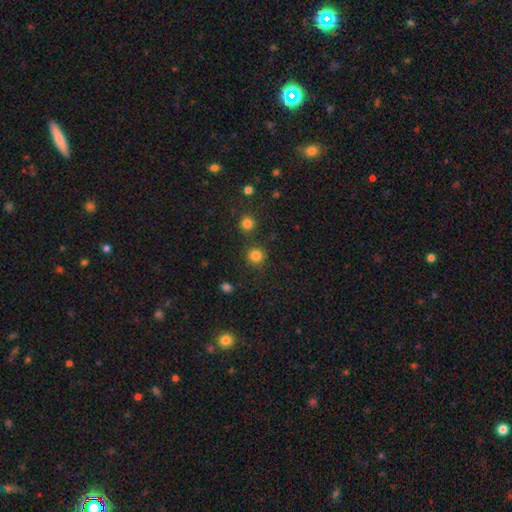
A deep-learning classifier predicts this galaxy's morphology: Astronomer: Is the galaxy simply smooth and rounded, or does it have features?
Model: smooth — 81%.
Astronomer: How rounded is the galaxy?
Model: round — 94%.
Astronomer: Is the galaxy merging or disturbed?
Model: none — 84%.